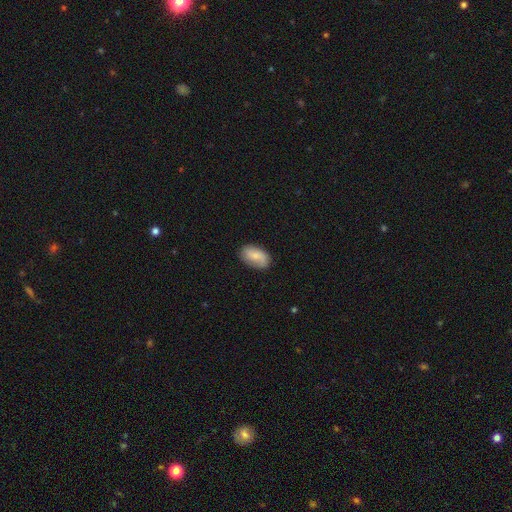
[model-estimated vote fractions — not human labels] A smooth galaxy with no disk features (74%) that is in between round and cigar-shaped (91%).

Vote fractions:
- Smooth or featured? smooth: 74% / featured or disk: 20% / star or artifact: 7%
- How rounded? in between: 91% / round: 7% / cigar-shaped: 2%
- Merging? none: 79% / minor disturbance: 16% / major disturbance: 3% / merger: 1%